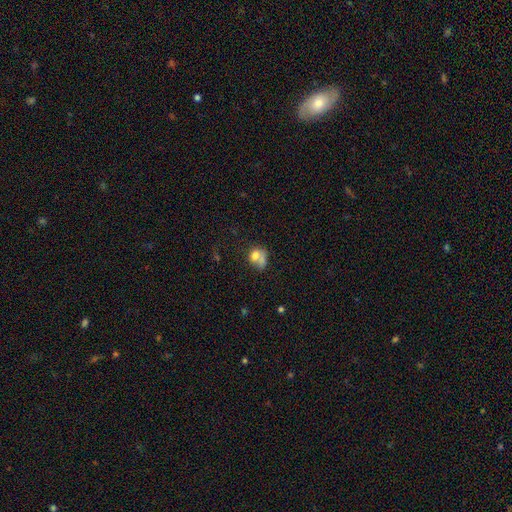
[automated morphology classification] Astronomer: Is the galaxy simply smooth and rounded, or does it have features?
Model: smooth — 70%.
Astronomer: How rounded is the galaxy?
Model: round — 53% (runner-up: in between, 45%).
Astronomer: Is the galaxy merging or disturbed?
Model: merger — 42% (runner-up: none, 27%).